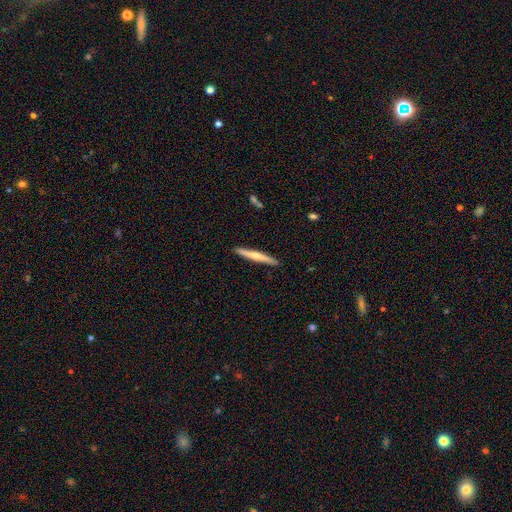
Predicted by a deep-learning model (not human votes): This appears to be a smooth galaxy with no disk features (48%). Merging: none (90%).